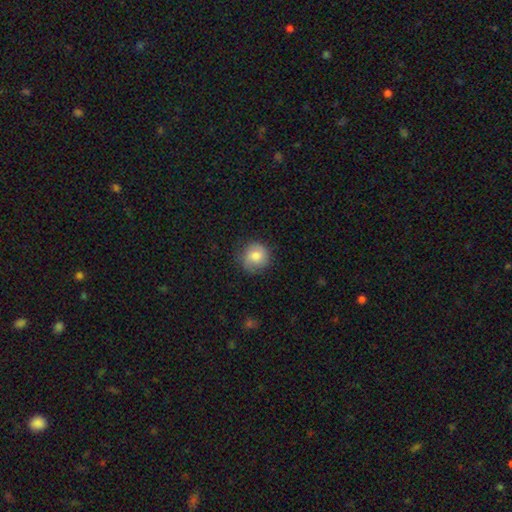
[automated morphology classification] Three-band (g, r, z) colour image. It shows a smooth galaxy with no disk features (74%) that is round (89%). Merging: none (77%).